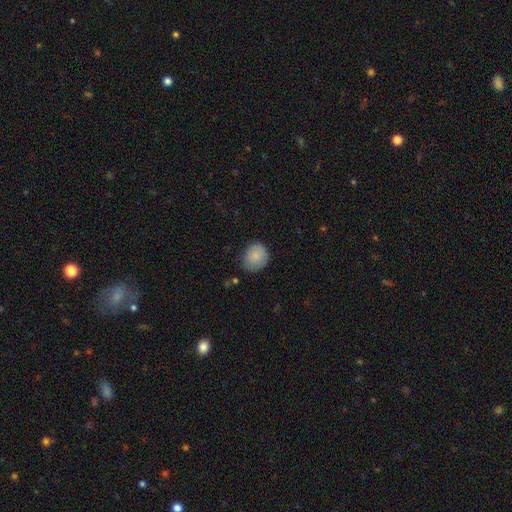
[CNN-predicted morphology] A smooth galaxy with no disk features (84%) that is round (64%).

Vote fractions:
- Smooth or featured? smooth: 84% / featured or disk: 8% / star or artifact: 7%
- How rounded? round: 64% / in between: 35% / cigar-shaped: 1%
- Merging? none: 69% / minor disturbance: 24% / major disturbance: 5% / merger: 2%